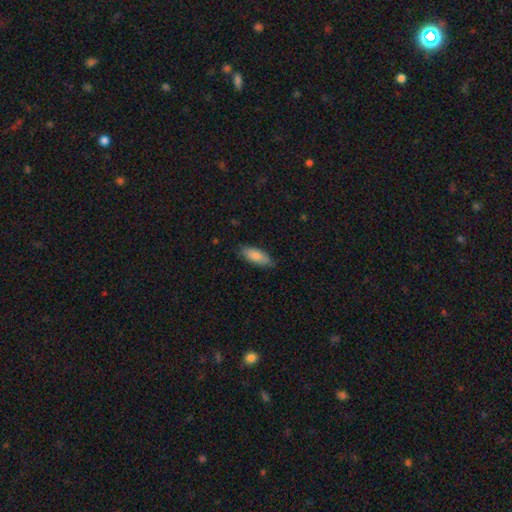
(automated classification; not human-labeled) A smooth galaxy with no disk features (83%) that is in between round and cigar-shaped (76%). Merging: none (78%).